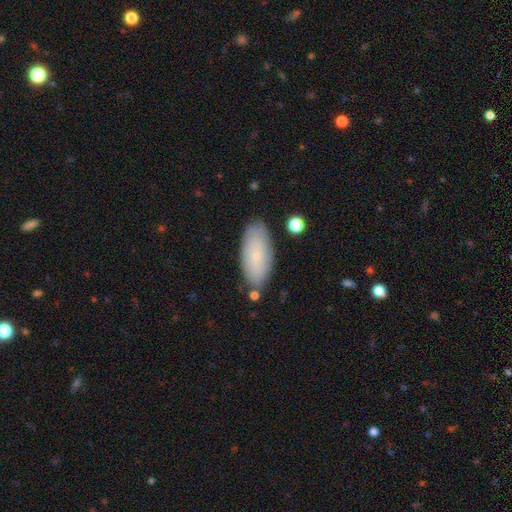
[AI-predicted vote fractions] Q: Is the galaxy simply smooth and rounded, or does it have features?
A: smooth — 71%.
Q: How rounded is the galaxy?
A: in between — 89%.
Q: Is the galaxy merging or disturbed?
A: none — 80%.